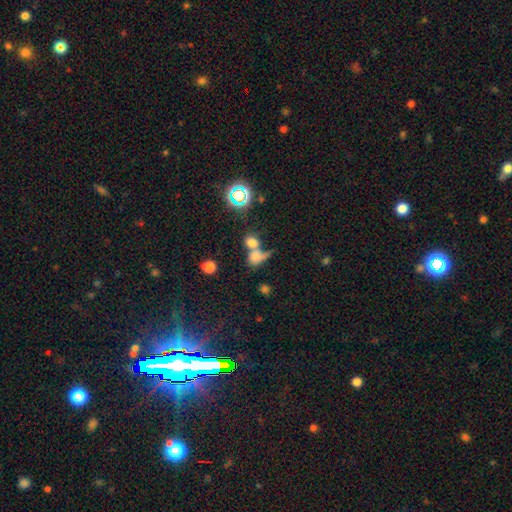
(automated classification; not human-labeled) A smooth galaxy with no disk features (70%) that is round (51%). Merging: merger (61%).